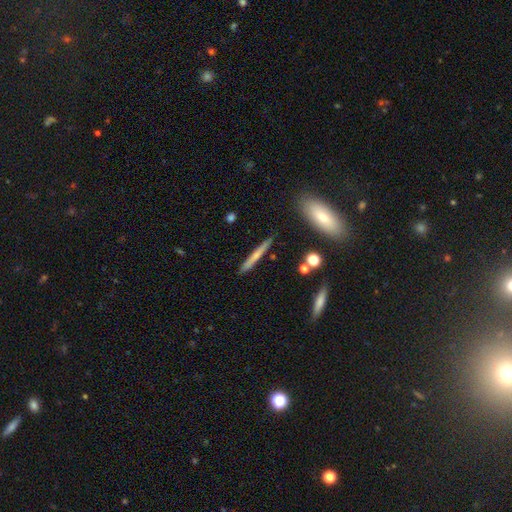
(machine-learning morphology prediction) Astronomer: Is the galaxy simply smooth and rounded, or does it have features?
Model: smooth — 54% (runner-up: featured or disk, 39%).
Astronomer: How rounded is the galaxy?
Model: cigar-shaped — 94%.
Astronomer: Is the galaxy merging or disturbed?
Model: none — 88%.